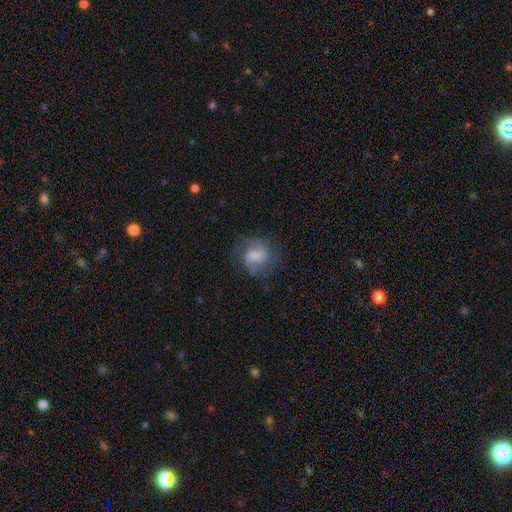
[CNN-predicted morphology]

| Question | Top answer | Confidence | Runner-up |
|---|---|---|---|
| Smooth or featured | featured or disk | 53% | smooth (38%) |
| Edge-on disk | no | 97% | yes (3%) |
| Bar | weak | 45% | no (35%) |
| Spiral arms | yes | 85% | no (15%) |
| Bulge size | none | 34% | moderate (23%) |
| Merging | none | 61% | minor disturbance (21%) |